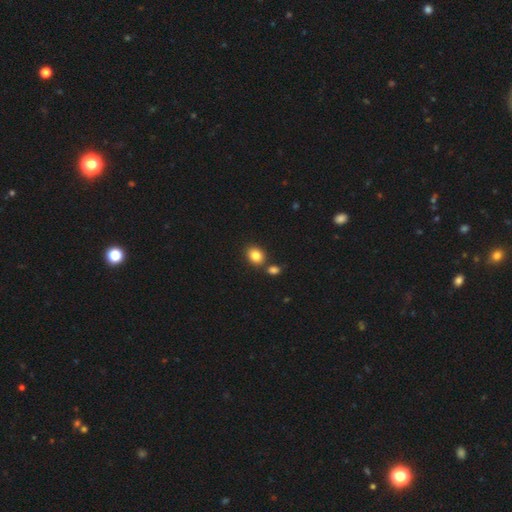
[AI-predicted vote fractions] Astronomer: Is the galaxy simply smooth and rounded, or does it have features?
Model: smooth — 84%.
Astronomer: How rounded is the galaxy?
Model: in between — 52% (runner-up: round, 47%).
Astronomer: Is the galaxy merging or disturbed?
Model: none — 73%.